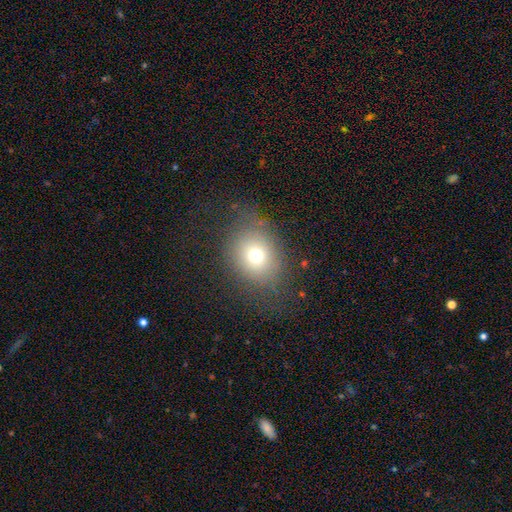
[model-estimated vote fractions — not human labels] Overall: smooth (69%). How rounded: round (61%; in between 38%). Merging: none (75%).